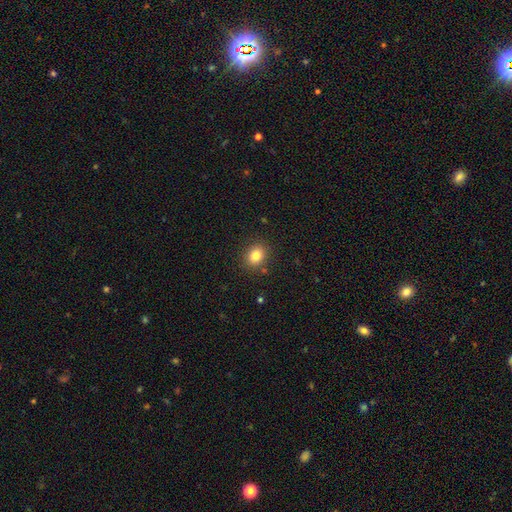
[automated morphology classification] A smooth galaxy with no disk features (82%) that is round (56%).

Vote fractions:
- Smooth or featured? smooth: 82% / star or artifact: 11% / featured or disk: 7%
- How rounded? round: 56% / in between: 43% / cigar-shaped: 1%
- Merging? none: 87% / minor disturbance: 9% / major disturbance: 3% / merger: 2%